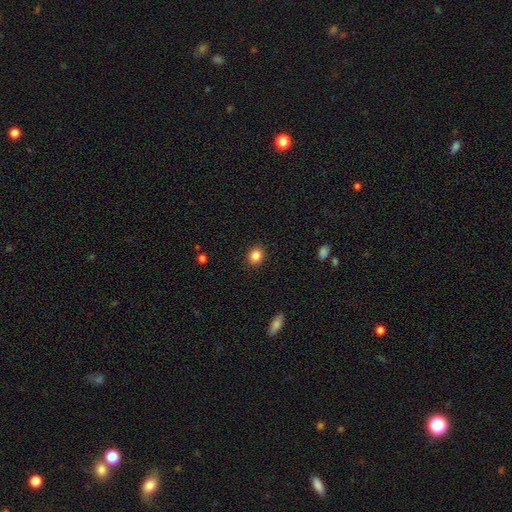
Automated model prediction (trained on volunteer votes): Q: Smooth or featured?
A: smooth (85%); runner-up: star or artifact (10%)
Q: How rounded?
A: round (68%); runner-up: in between (31%)
Q: Merging?
A: none (90%); runner-up: minor disturbance (7%)